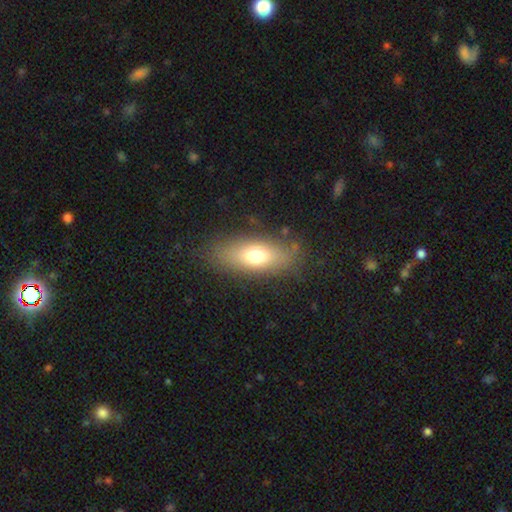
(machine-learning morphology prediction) Smooth or featured? Predicted: smooth (p=0.66). How rounded? Predicted: in between (p=0.76). Merging? Predicted: none (p=0.78).